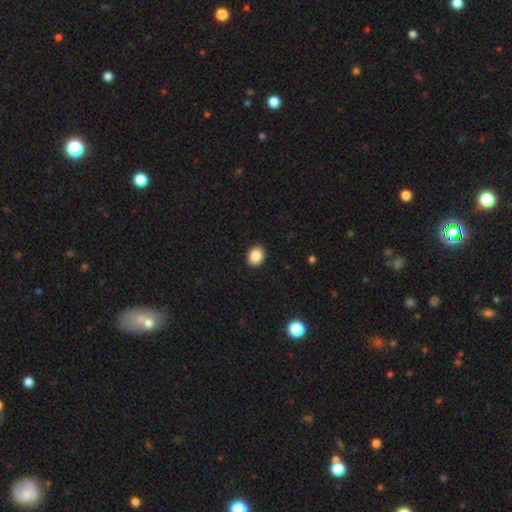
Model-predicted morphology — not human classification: Q: Smooth or featured?
A: smooth (88%); runner-up: star or artifact (9%)
Q: How rounded?
A: in between (52%); runner-up: round (47%)
Q: Merging?
A: none (91%); runner-up: minor disturbance (6%)